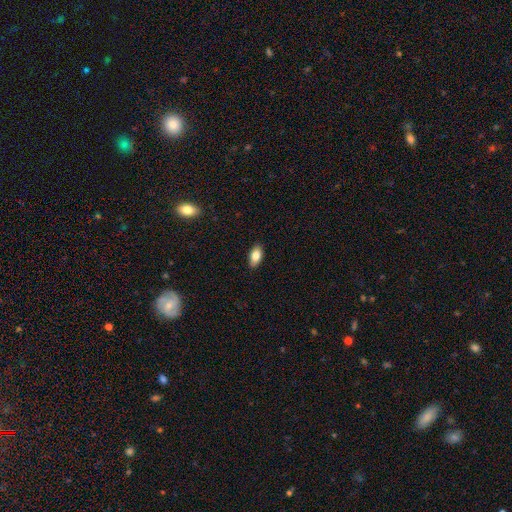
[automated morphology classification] Q: Smooth or featured?
A: smooth (83%); runner-up: featured or disk (10%)
Q: How rounded?
A: in between (91%); runner-up: cigar-shaped (5%)
Q: Merging?
A: none (87%); runner-up: minor disturbance (10%)